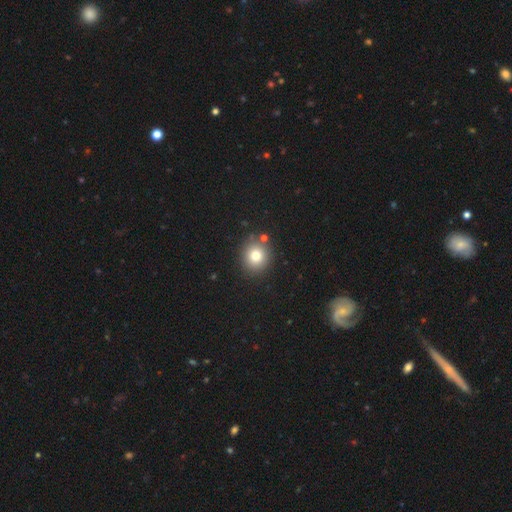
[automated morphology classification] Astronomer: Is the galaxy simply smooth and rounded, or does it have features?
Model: smooth — 79%.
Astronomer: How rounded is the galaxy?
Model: round — 84%.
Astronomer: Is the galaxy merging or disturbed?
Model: none — 84%.